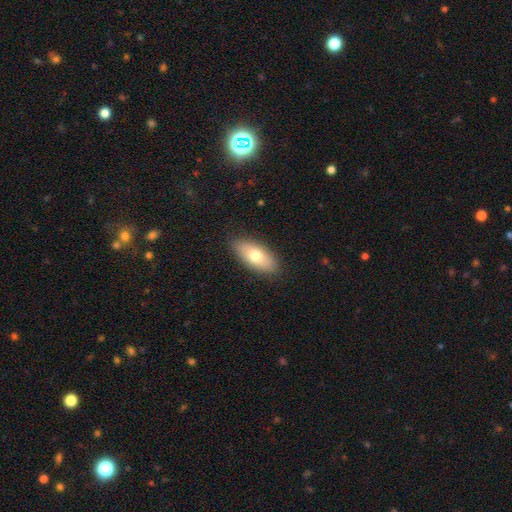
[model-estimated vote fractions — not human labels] A smooth galaxy with no disk features (71%) that is in between round and cigar-shaped (85%). Merging: none (87%).